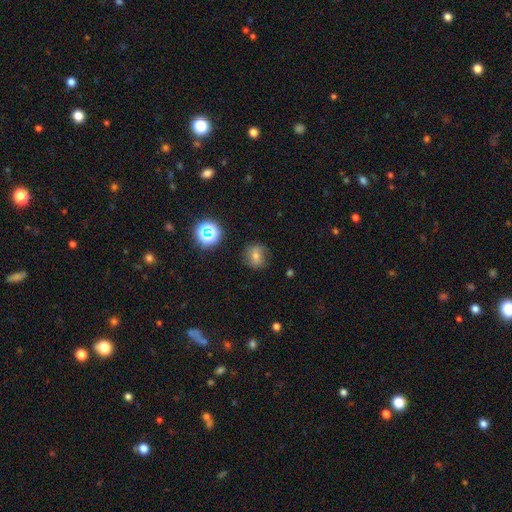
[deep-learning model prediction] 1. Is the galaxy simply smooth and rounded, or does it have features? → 58% smooth, 21% featured or disk, 20% star or artifact.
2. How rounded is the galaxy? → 82% round, 17% in between, 1% cigar-shaped.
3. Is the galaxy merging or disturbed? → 80% none, 14% minor disturbance, 4% major disturbance, 2% merger.